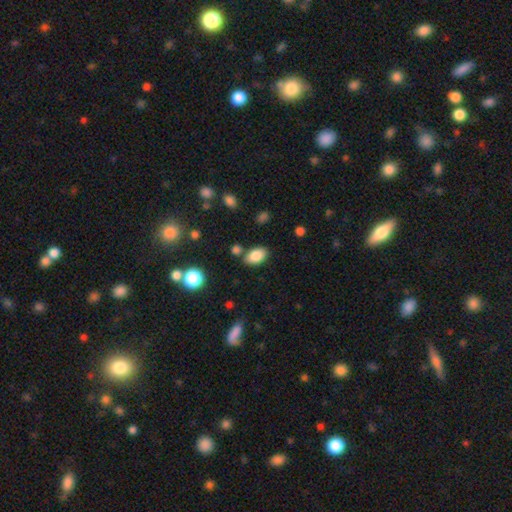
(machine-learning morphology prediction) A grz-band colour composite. It shows a smooth galaxy with no disk features (84%) that is in between round and cigar-shaped (90%). Merging: none (77%).